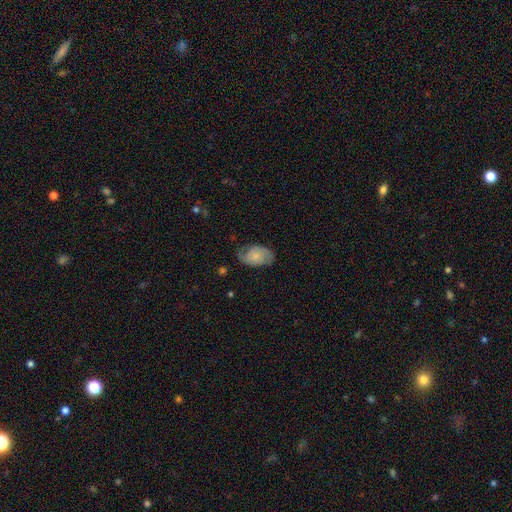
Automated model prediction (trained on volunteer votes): Morphology: type=featured or disk (47%); merging=none (66%).